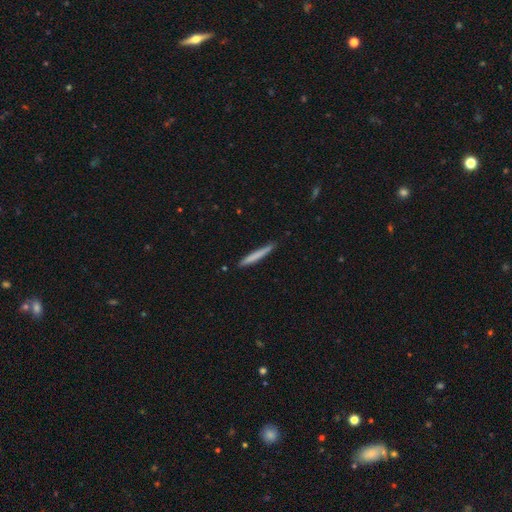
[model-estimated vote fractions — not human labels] Morphology: type=smooth (71%); roundness=cigar-shaped (97%); merging=none (87%).